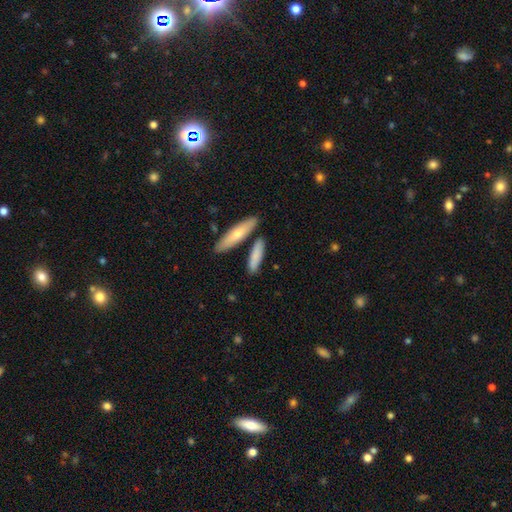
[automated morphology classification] smooth-or-featured: smooth: 76% | featured or disk: 18% | star or artifact: 5%
  how-rounded: cigar-shaped: 72% | in between: 25% | round: 2%
  merging: none: 76% | minor disturbance: 11% | merger: 10% | major disturbance: 3%